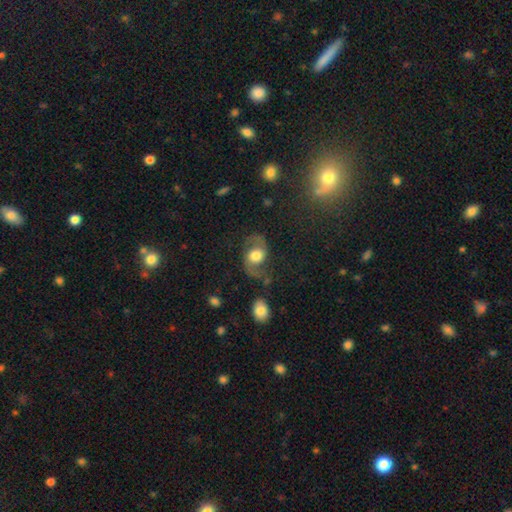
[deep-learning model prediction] Morphology: type=featured or disk (70%); edge-on=no (96%); bar=no (65%); spiral arms=yes (86%); winding=loose (55%); arm count=2 (93%); bulge=large (52%); merging=none (64%).